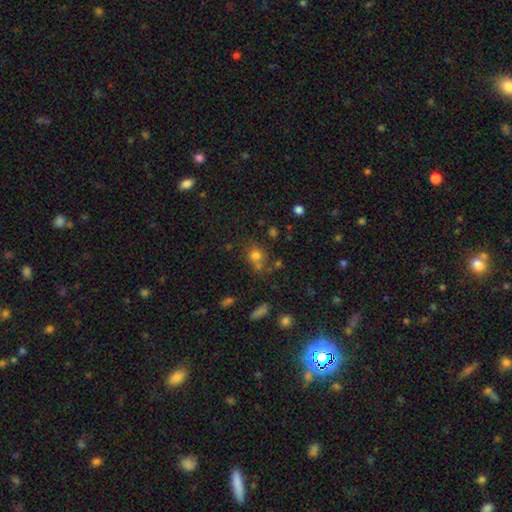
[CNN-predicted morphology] Q: Smooth or featured?
A: smooth (70%); runner-up: star or artifact (20%)
Q: How rounded?
A: round (74%); runner-up: in between (24%)
Q: Merging?
A: none (61%); runner-up: merger (18%)